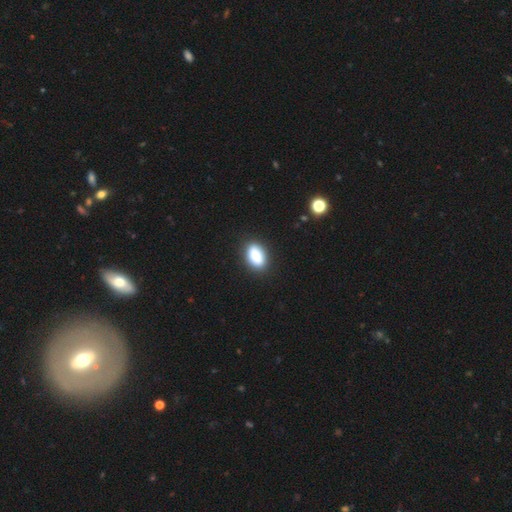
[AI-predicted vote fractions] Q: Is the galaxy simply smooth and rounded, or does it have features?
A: smooth — 87%.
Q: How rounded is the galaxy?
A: in between — 89%.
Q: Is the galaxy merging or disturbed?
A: none — 87%.